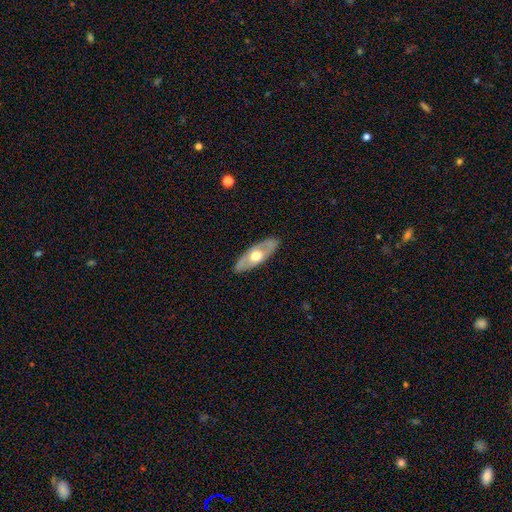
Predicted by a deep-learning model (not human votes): Smooth or featured: featured or disk — 57% (smooth — 39%)
Edge-on disk: no — 67% (yes — 33%)
Merging: none — 86% (minor disturbance — 11%)